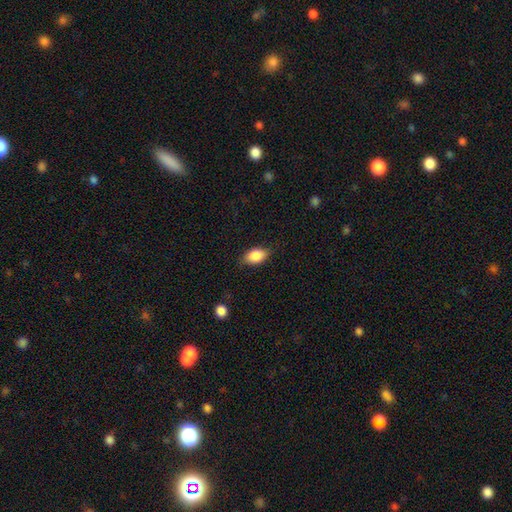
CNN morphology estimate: smooth-or-featured: smooth: 86% | featured or disk: 7% | star or artifact: 7%
  how-rounded: in between: 88% | round: 10% | cigar-shaped: 2%
  merging: none: 78% | minor disturbance: 17% | major disturbance: 4% | merger: 1%